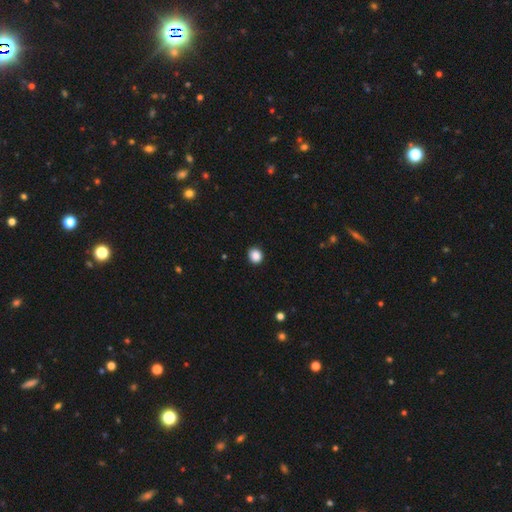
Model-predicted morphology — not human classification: A smooth galaxy with no disk features (88%) that is round (78%). Merging: none (91%).